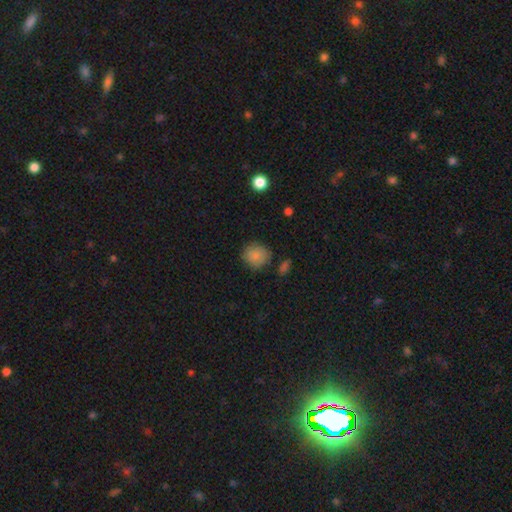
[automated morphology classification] Overall: smooth (84%). How rounded: round (86%). Merging: none (78%).